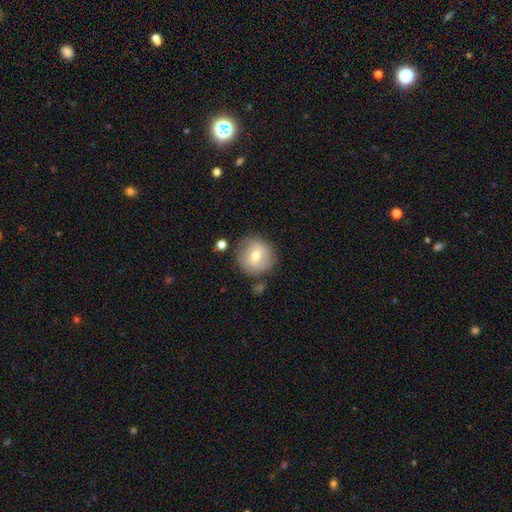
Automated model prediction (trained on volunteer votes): smooth-or-featured: smooth: 61% | featured or disk: 31% | star or artifact: 8%
  how-rounded: round: 90% | in between: 9% | cigar-shaped: 1%
  merging: none: 76% | minor disturbance: 15% | major disturbance: 5% | merger: 5%